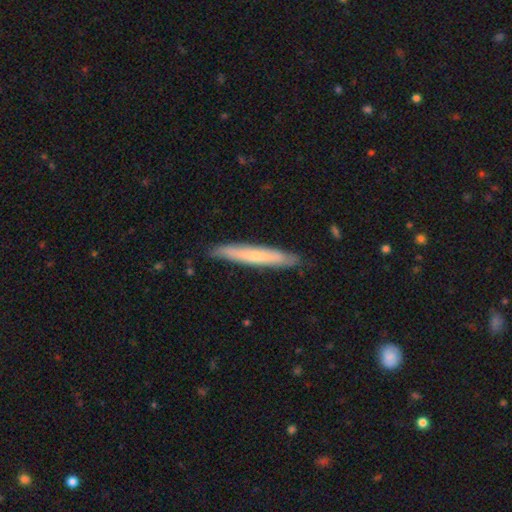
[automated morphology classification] A smooth galaxy with no disk features (59%) that is cigar-shaped (95%). Merging: none (86%).